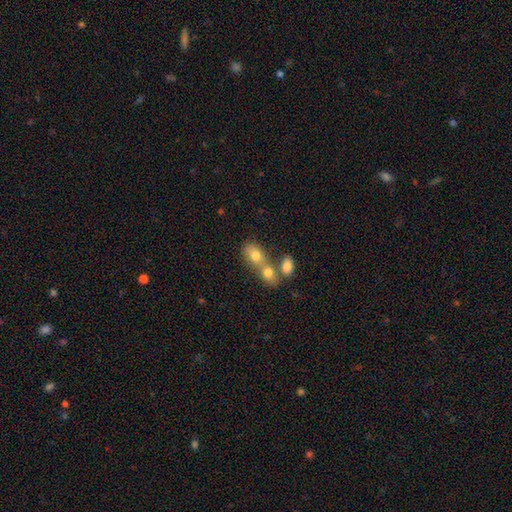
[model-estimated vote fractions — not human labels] Overall: smooth (74%). How rounded: in between (75%). Merging: merger (60%; none 27%).